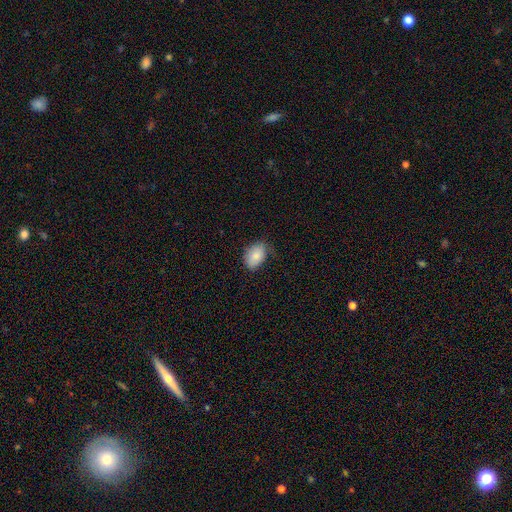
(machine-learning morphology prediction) smooth_or_featured: smooth (p=0.83) [alt: featured or disk p=0.10]
how_rounded: in between (p=0.85) [alt: round p=0.14]
merging: none (p=0.66) [alt: minor disturbance p=0.27]